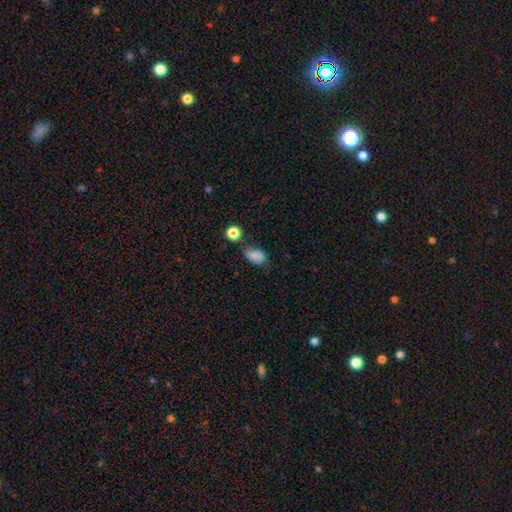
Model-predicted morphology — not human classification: The model was most divided on "merging": none: 62%, minor disturbance: 25%, merger: 7%, major disturbance: 6%. More confident: how rounded — in between (84%); smooth or featured — smooth (77%).